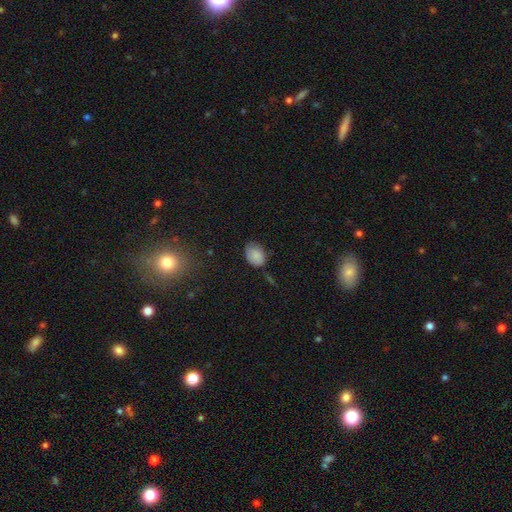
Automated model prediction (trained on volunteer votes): Overall: smooth (85%). How rounded: in between (79%). Merging: none (64%; minor disturbance 27%).